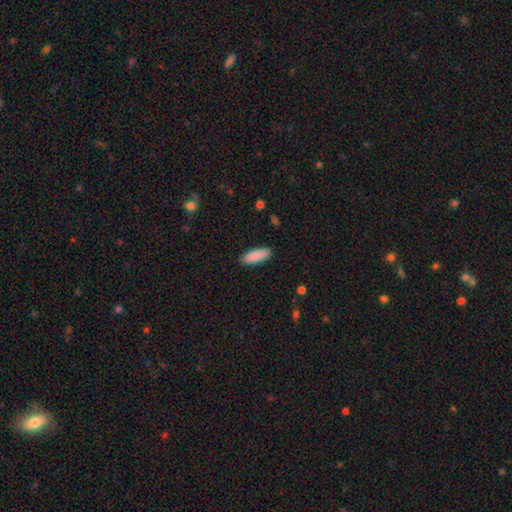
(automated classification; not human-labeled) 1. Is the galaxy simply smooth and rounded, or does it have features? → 89% smooth, 6% star or artifact, 5% featured or disk.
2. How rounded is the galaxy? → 69% in between, 29% cigar-shaped, 2% round.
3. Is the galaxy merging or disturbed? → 88% none, 9% minor disturbance, 2% major disturbance, 1% merger.